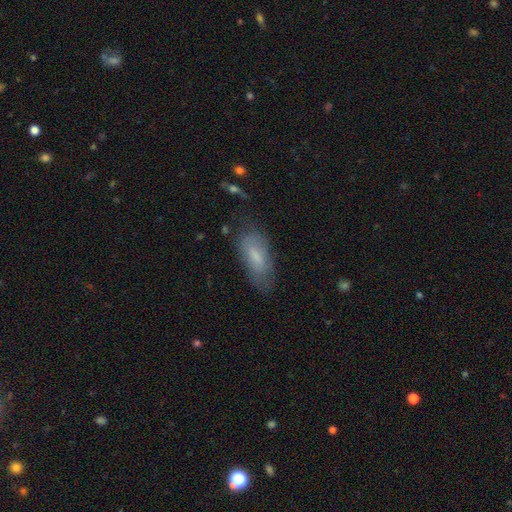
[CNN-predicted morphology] This appears to be a smooth galaxy with no disk features (69%) that is in between round and cigar-shaped (79%). Merging: none (64%).